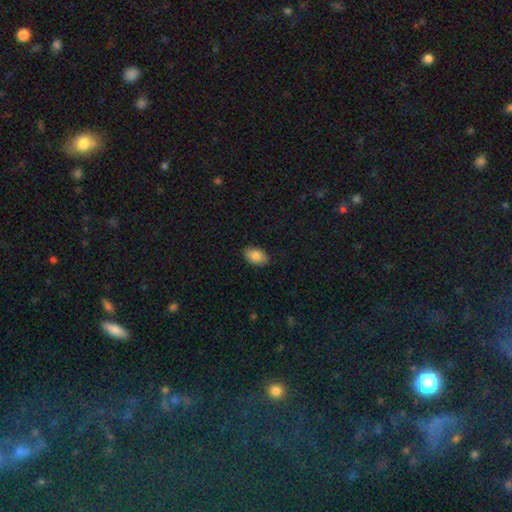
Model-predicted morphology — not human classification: Overall: smooth (86%). How rounded: in between (91%). Merging: none (87%).